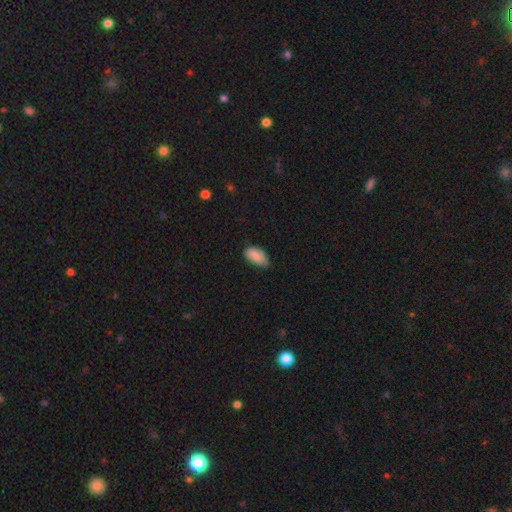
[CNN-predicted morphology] A smooth galaxy with no disk features (86%) that is in between round and cigar-shaped (94%).

Vote fractions:
- Smooth or featured? smooth: 86% / star or artifact: 7% / featured or disk: 7%
- How rounded? in between: 94% / round: 3% / cigar-shaped: 3%
- Merging? none: 55% / minor disturbance: 37% / major disturbance: 6% / merger: 1%